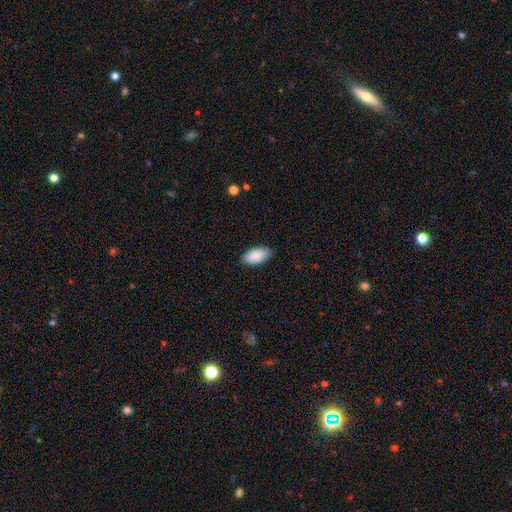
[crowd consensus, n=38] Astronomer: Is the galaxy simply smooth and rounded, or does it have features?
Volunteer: smooth — 97%.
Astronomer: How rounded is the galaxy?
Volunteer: in between — 100%.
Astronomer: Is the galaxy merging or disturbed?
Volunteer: none — 92%.